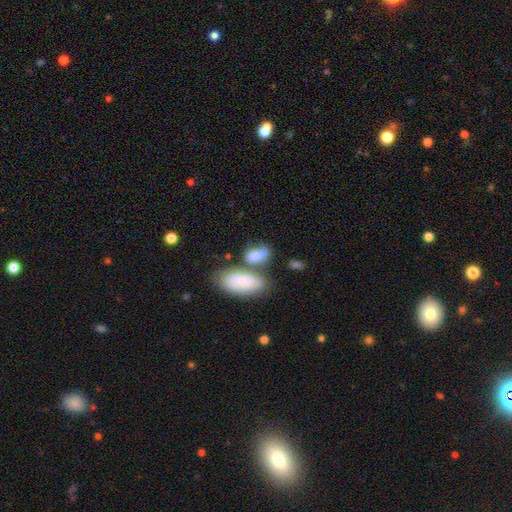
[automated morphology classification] Smooth or featured? Predicted: smooth (p=0.79). How rounded? Predicted: in between (p=0.85). Merging? Predicted: merger (p=0.39).